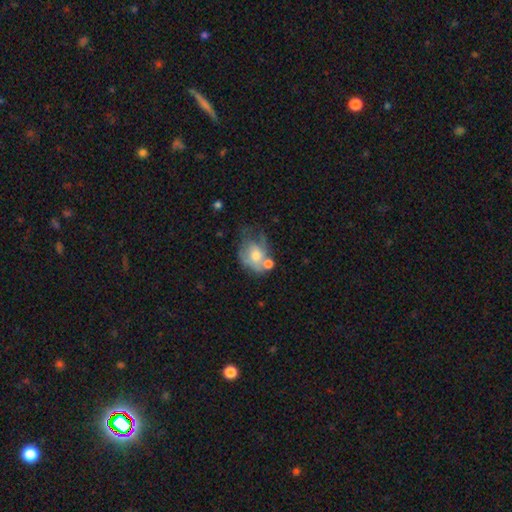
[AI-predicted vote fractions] Morphology: type=smooth (46%); merging=major disturbance (27%).